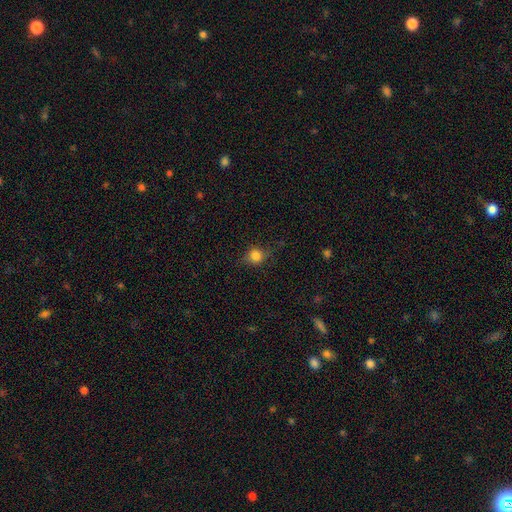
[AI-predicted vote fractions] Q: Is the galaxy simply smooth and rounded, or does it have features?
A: smooth — 81%.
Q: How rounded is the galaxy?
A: round — 75%.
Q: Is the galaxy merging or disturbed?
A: none — 74%.